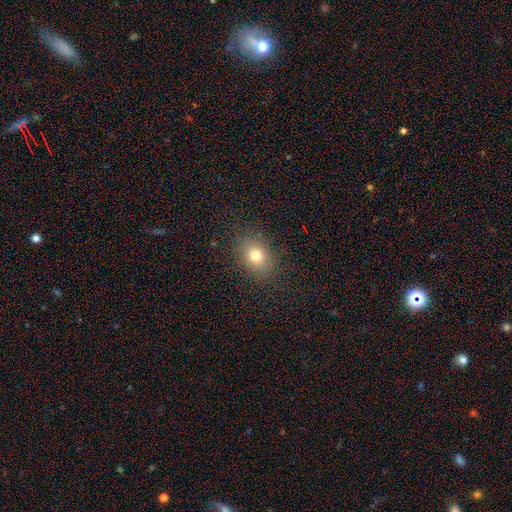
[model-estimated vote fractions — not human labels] A smooth galaxy with no disk features (76%) that is in between round and cigar-shaped (51%). Merging: none (85%).